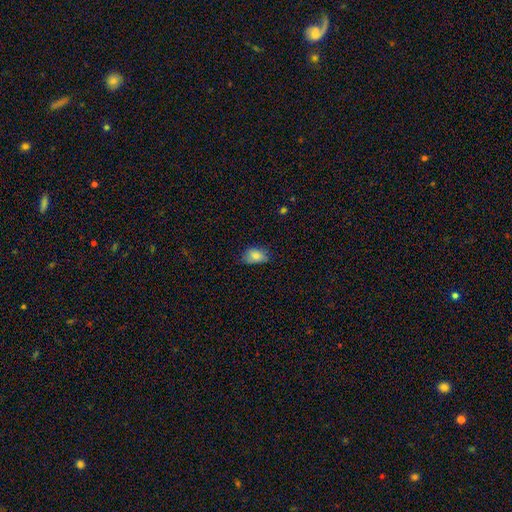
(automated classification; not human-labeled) This appears to be a smooth galaxy with no disk features (79%) that is in between round and cigar-shaped (85%). Merging: none (60%).